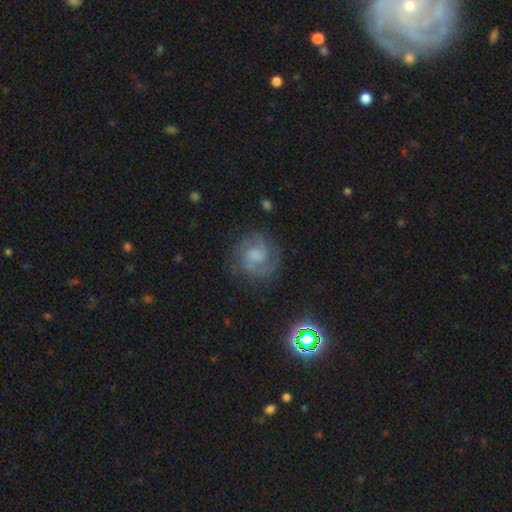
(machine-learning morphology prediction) type=featured or disk (73%); edge-on=no (98%); bar=no (51%); spiral arms=yes (95%); winding=medium (46%); arm count=2 (77%); bulge=none (30%, tied with moderate); merging=none (76%).